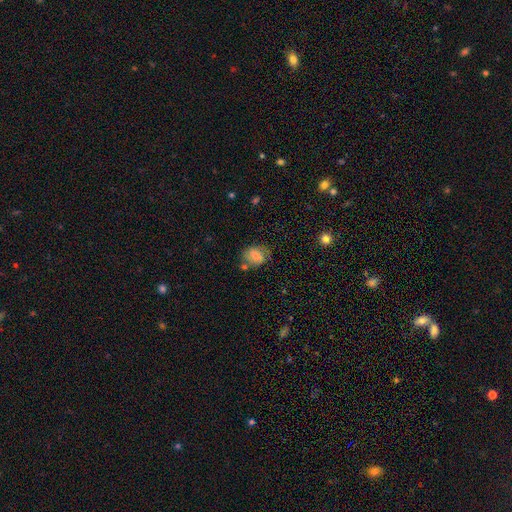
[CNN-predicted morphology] Overall: smooth (65%; featured or disk 26%). How rounded: in between (51%; round 48%). Merging: none (55%; minor disturbance 25%).